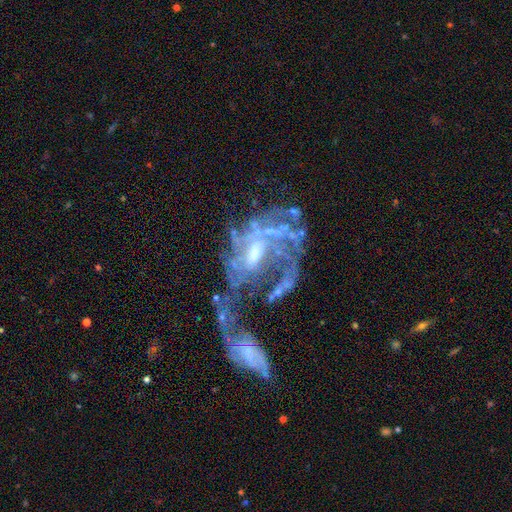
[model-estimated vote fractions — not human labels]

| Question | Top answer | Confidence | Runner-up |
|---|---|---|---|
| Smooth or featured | featured or disk | 81% | star or artifact (10%) |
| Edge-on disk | no | 96% | yes (4%) |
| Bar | no | 42% | tied: weak (42%) |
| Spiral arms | yes | 70% | no (30%) |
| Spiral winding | loose | 38% | medium (36%) |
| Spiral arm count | can't tell | 43% | 2 (22%) |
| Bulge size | moderate | 45% | small (38%) |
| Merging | major disturbance | 40% | merger (32%) |